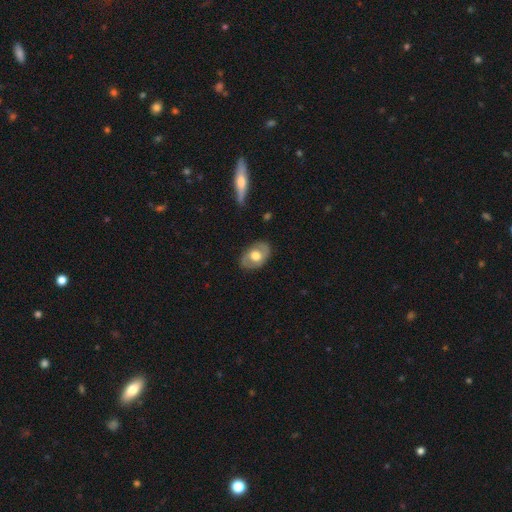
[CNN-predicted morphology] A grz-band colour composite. It shows a featured or disk galaxy (50%). Merging: none (81%).